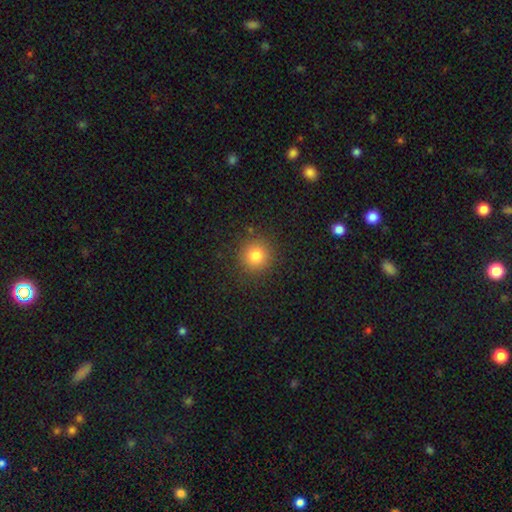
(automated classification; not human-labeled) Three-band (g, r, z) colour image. It shows a smooth galaxy with no disk features (81%) that is round (93%). Merging: none (89%).